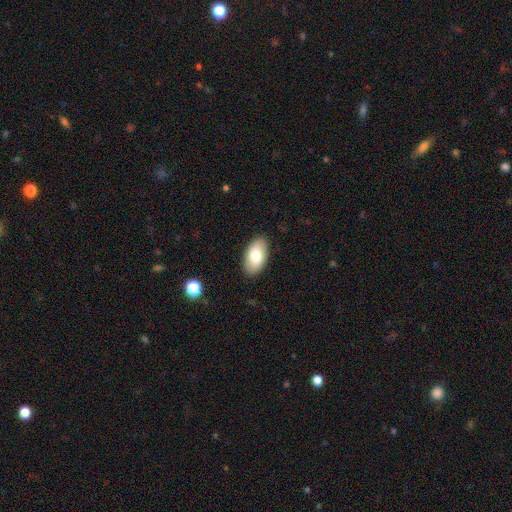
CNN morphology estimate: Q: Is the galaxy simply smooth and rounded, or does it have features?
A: smooth — 79%.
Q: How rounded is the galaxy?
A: in between — 95%.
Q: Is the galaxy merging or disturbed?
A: none — 88%.